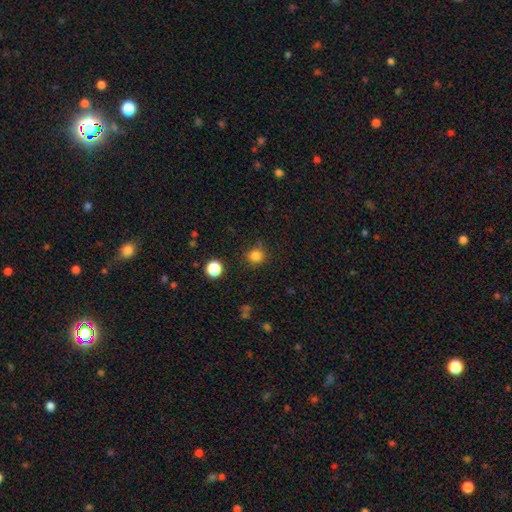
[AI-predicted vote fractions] Overall: smooth (82%). How rounded: round (90%). Merging: none (83%).